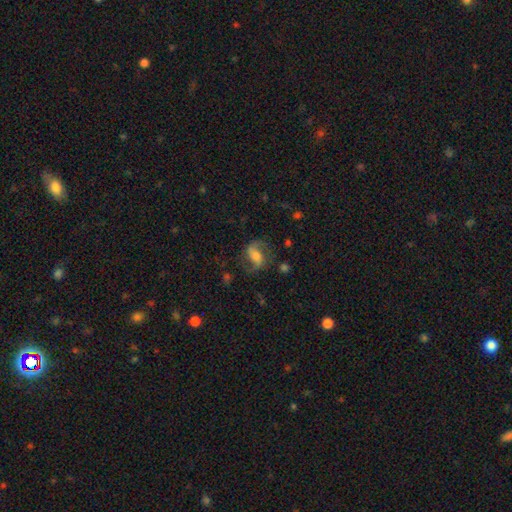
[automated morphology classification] Smooth or featured?
  - featured or disk: 70% *
  - smooth: 22%
  - star or artifact: 8%
Edge-on disk?
  - no: 96% *
  - yes: 4%
Bar?
  - weak: 41% *
  - strong: 34%
  - no: 25%
Spiral arms?
  - yes: 91% *
  - no: 9%
Spiral winding?
  - medium: 47% *
  - loose: 41%
  - tight: 12%
Spiral arm count?
  - 2: 89% *
  - can't tell: 4%
  - 1: 4%
  - 3: 1%
  - 4: 1%
  - more than 4: 1%
Bulge size?
  - moderate: 42% *
  - small: 23%
  - large: 22%
  - none: 9%
  - dominant: 3%
Merging?
  - none: 69% *
  - minor disturbance: 17%
  - major disturbance: 13%
  - merger: 2%